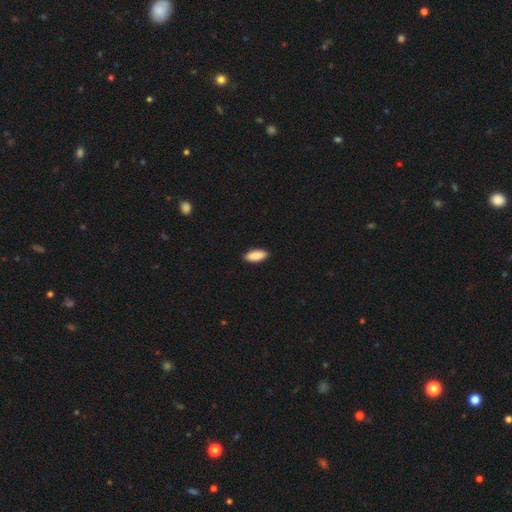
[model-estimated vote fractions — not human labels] This appears to be a smooth galaxy with no disk features (90%) that is in between round and cigar-shaped (84%). Merging: none (90%).